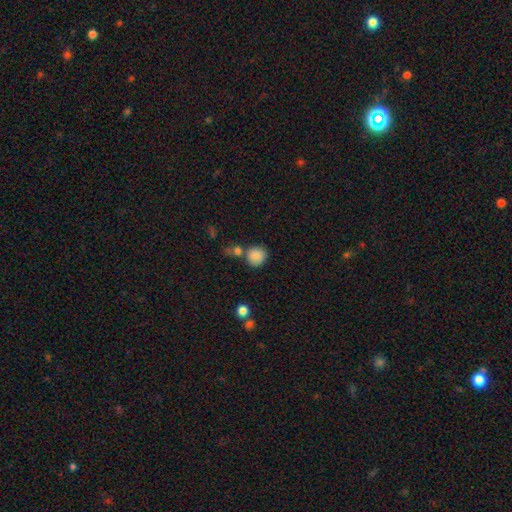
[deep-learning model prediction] Overall: smooth (84%). How rounded: round (87%). Merging: none (65%).